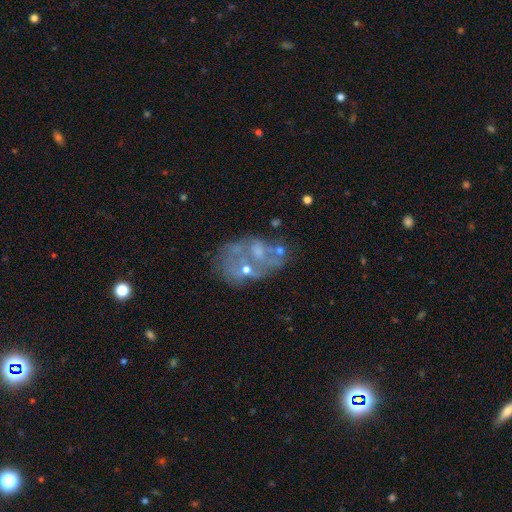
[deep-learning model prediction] The model was most divided on "merging": none: 45%, merger: 20%, major disturbance: 18%, minor disturbance: 17%. More confident: edge-on disk — no (97%); bar — no (85%); spiral arms — no (76%); smooth or featured — featured or disk (61%); bulge size — small (51%).